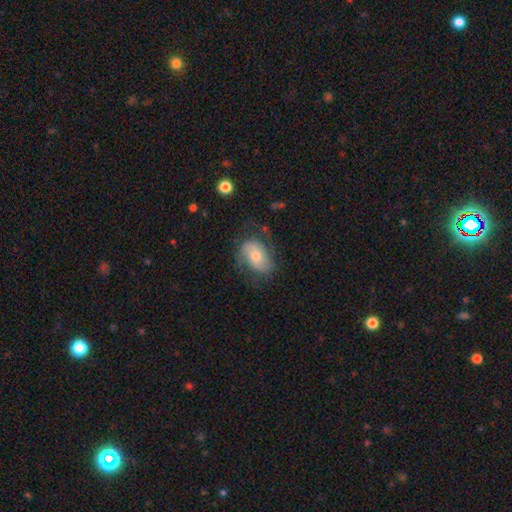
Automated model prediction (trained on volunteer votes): Smooth or featured? featured or disk (57%)
Edge-on disk? no (96%)
Bar? no (62%)
Spiral arms? yes (83%)
Bulge size? moderate (58%)
Merging? none (58%)